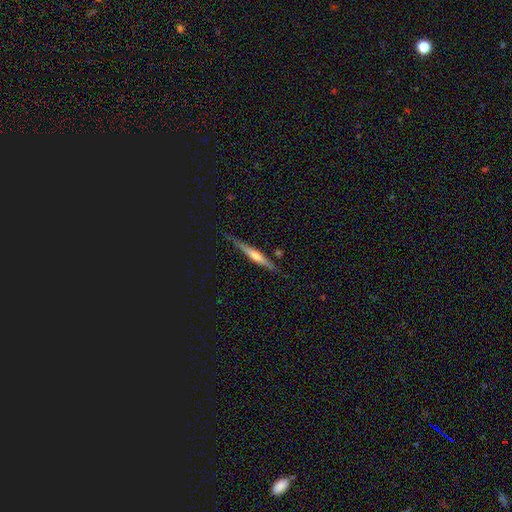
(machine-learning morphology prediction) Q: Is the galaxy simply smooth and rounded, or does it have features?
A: featured or disk — 63%.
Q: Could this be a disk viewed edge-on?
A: yes — 97%.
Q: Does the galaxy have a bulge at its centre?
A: rounded — 68%.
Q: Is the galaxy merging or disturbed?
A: none — 79%.